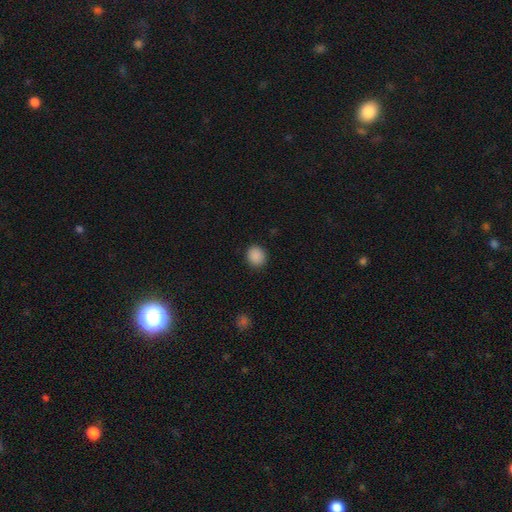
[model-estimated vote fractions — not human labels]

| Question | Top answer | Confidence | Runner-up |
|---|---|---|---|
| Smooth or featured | smooth | 89% | star or artifact (9%) |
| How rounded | round | 81% | in between (18%) |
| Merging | none | 90% | minor disturbance (7%) |